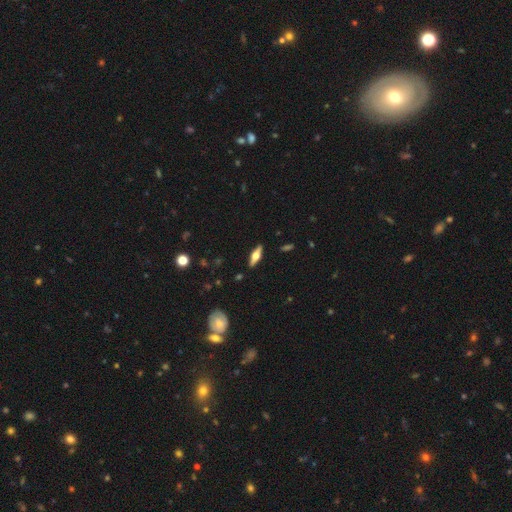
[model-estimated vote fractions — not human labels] Smooth or featured? featured or disk (61%)
Edge-on disk? yes (94%)
Edge-on bulge? rounded (92%)
Merging? none (89%)